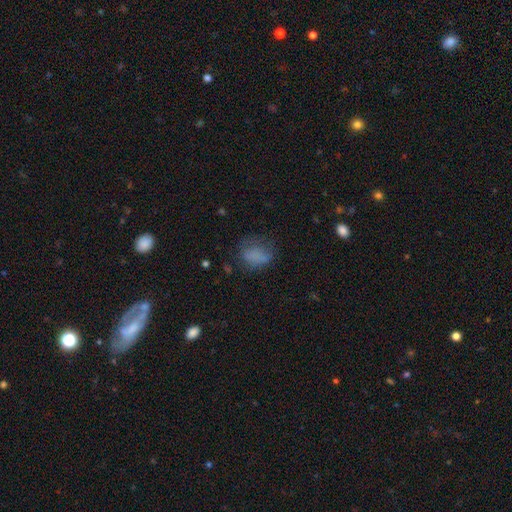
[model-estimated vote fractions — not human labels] smooth-or-featured: smooth: 72% | featured or disk: 14% | star or artifact: 14%
  how-rounded: in between: 66% | round: 32% | cigar-shaped: 2%
  merging: none: 50% | minor disturbance: 26% | major disturbance: 22% | merger: 2%